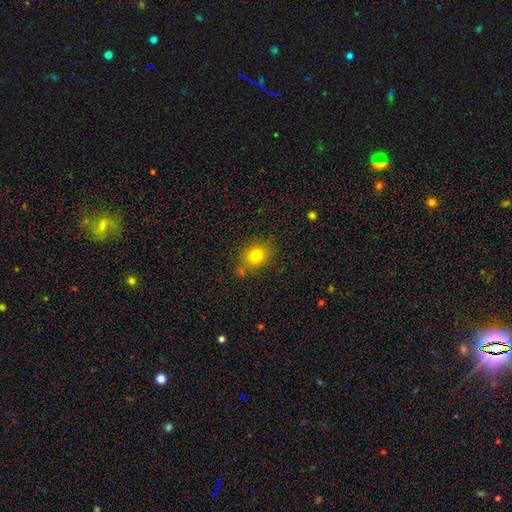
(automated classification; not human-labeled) Overall: smooth (78%). How rounded: round (61%; in between 38%). Merging: none (72%).